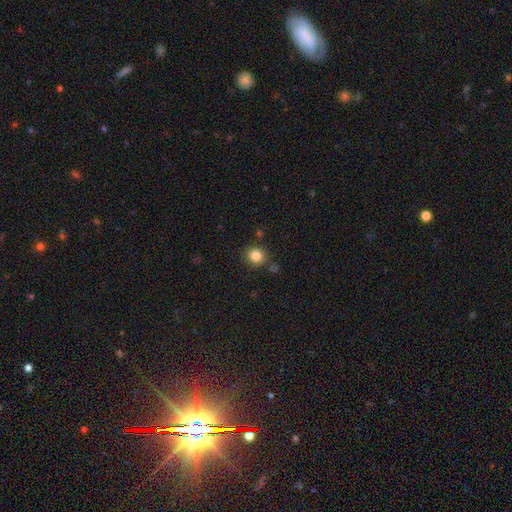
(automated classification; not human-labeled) Morphology: type=smooth (84%); roundness=round (88%); merging=none (82%).